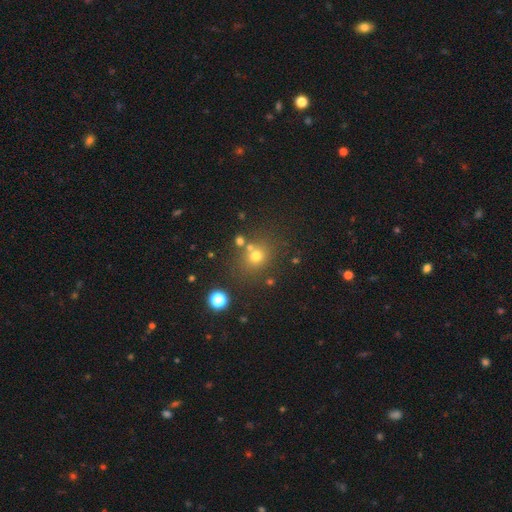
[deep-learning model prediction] Smooth or featured? Predicted: smooth (p=0.70). How rounded? Predicted: round (p=0.76). Merging? Predicted: none (p=0.71).